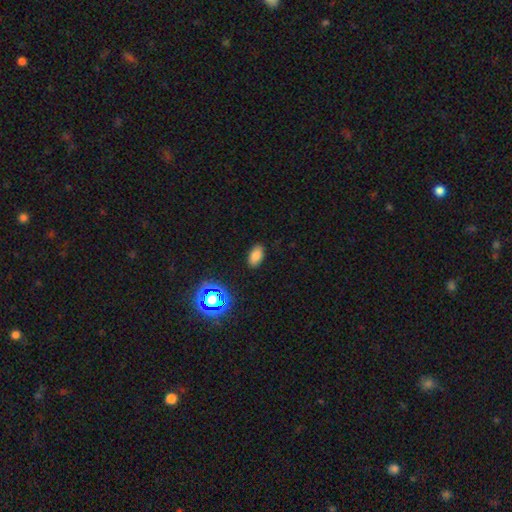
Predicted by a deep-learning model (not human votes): smooth-or-featured: smooth: 78% | star or artifact: 16% | featured or disk: 6%
  how-rounded: in between: 91% | round: 6% | cigar-shaped: 2%
  merging: none: 87% | minor disturbance: 9% | major disturbance: 3% | merger: 1%